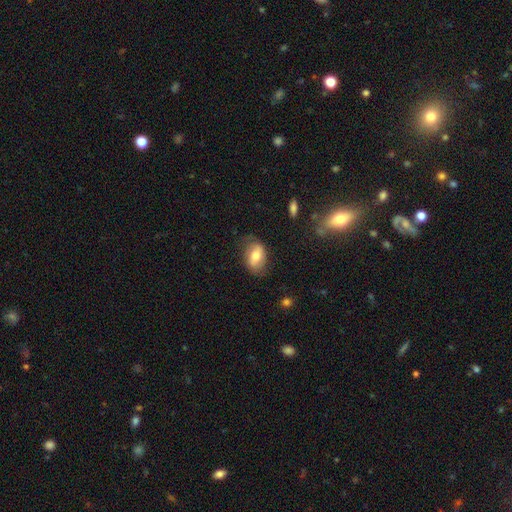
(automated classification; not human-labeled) Smooth or featured? Predicted: smooth (p=0.67). How rounded? Predicted: in between (p=0.85). Merging? Predicted: none (p=0.67).